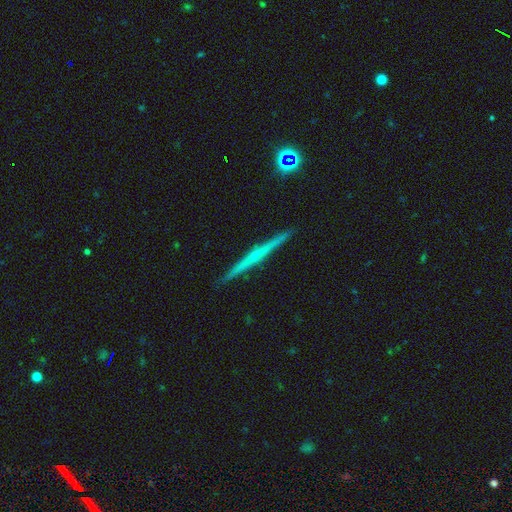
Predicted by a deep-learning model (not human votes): A featured or disk galaxy (71%) viewed edge-on (98%) with no central bulge (60%). Merging: none (92%).